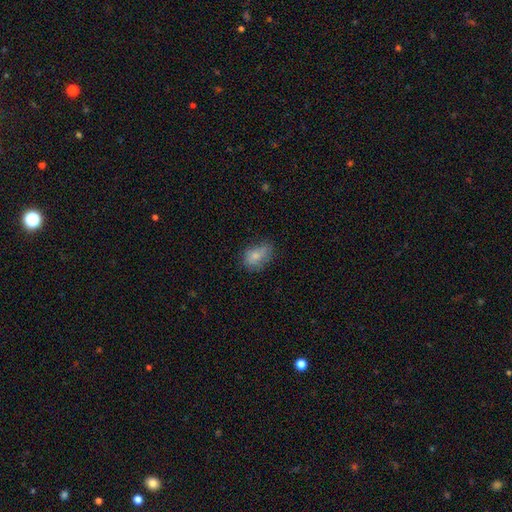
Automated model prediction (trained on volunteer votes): Overall: smooth (78%). How rounded: in between (80%). Merging: none (51%; minor disturbance 34%).